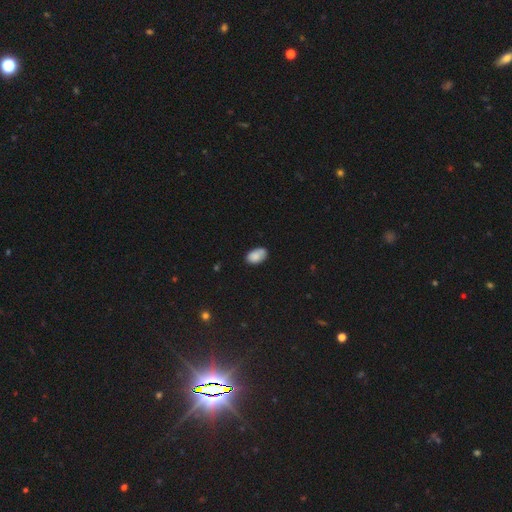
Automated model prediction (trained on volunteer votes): Smooth or featured?
  - smooth: 84% *
  - featured or disk: 9%
  - star or artifact: 8%
How rounded?
  - in between: 92% *
  - round: 7%
  - cigar-shaped: 1%
Merging?
  - none: 69% *
  - minor disturbance: 24%
  - major disturbance: 4%
  - merger: 3%